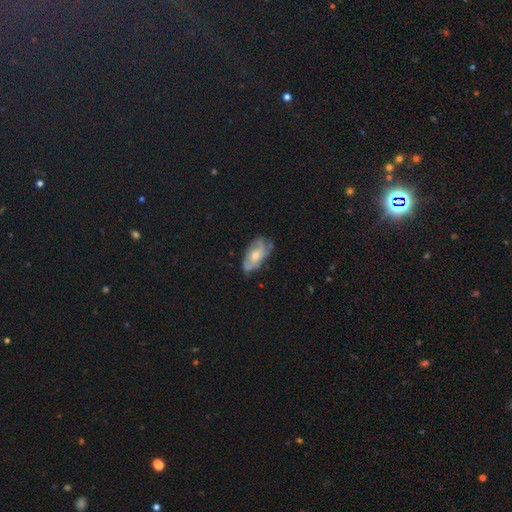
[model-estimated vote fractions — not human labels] Smooth or featured: featured or disk — 53% (smooth — 40%)
Edge-on disk: no — 91% (yes — 9%)
Merging: none — 55% (minor disturbance — 31%)